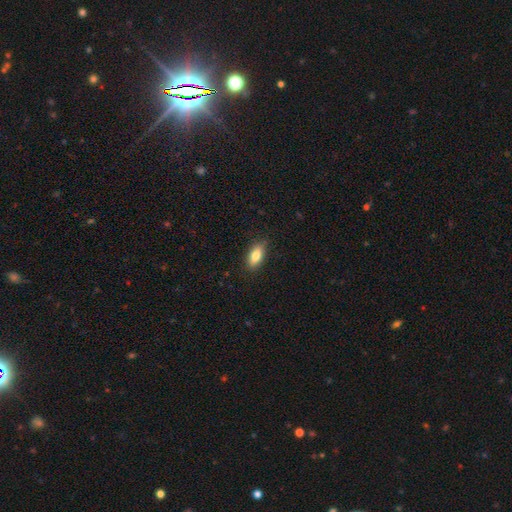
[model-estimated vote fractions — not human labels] Smooth or featured? Predicted: smooth (p=0.81). How rounded? Predicted: in between (p=0.84). Merging? Predicted: none (p=0.85).